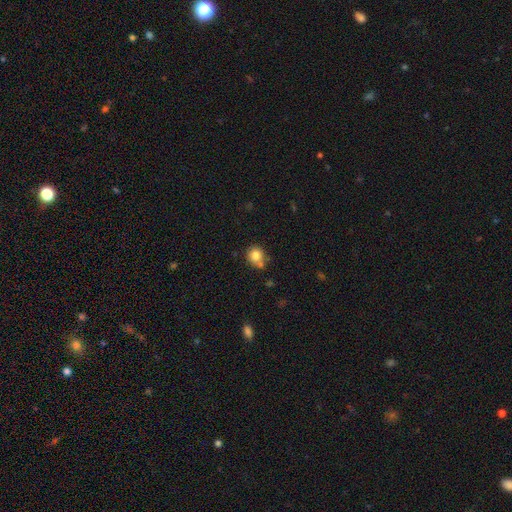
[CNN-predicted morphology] The model was most divided on "merging": none: 60%, merger: 21%, minor disturbance: 15%, major disturbance: 4%. More confident: how rounded — round (84%); smooth or featured — smooth (81%).